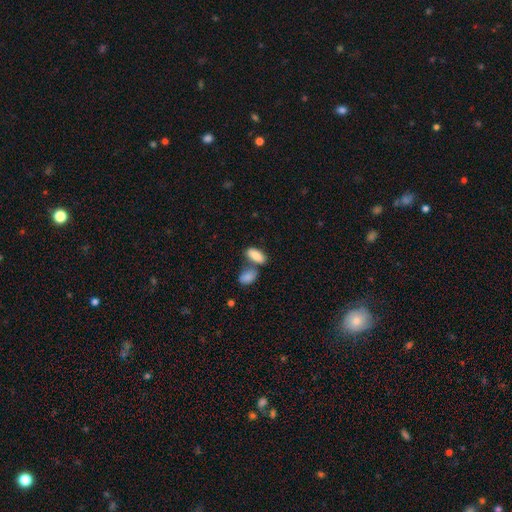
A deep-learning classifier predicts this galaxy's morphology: smooth-or-featured: smooth: 86% | featured or disk: 7% | star or artifact: 6%
  how-rounded: in between: 89% | cigar-shaped: 8% | round: 3%
  merging: none: 48% | merger: 38% | minor disturbance: 11% | major disturbance: 4%